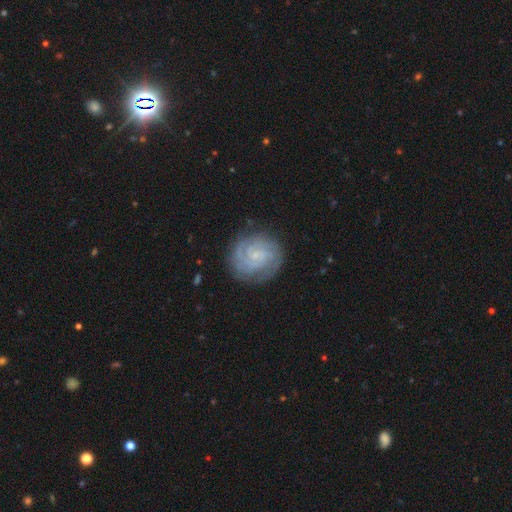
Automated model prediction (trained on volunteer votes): smooth_or_featured: featured or disk (p=0.83) [alt: smooth p=0.11]
disk_edge_on: no (p=0.98) [alt: yes p=0.02]
bar: no (p=0.60) [alt: weak p=0.33]
has_spiral_arms: yes (p=0.97) [alt: no p=0.03]
spiral_winding: tight (p=0.73) [alt: medium p=0.23]
spiral_arm_count: 2 (p=0.35) [alt: 3 p=0.23]
bulge_size: small (p=0.71) [alt: none p=0.17]
merging: none (p=0.82) [alt: minor disturbance p=0.13]